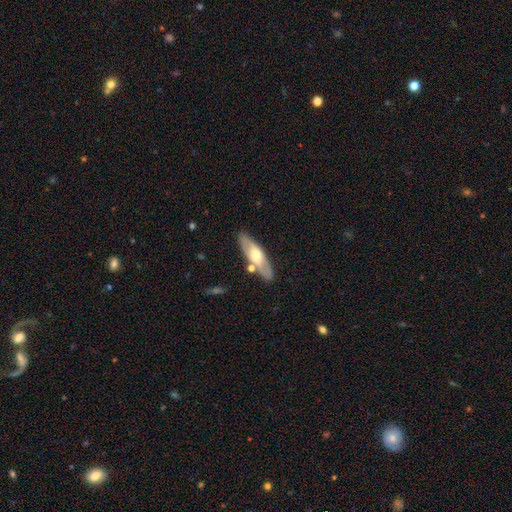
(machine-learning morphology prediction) smooth_or_featured: featured or disk (p=0.51) [alt: smooth p=0.44]
disk_edge_on: yes (p=0.55) [alt: no p=0.45]
merging: none (p=0.80) [alt: minor disturbance p=0.11]